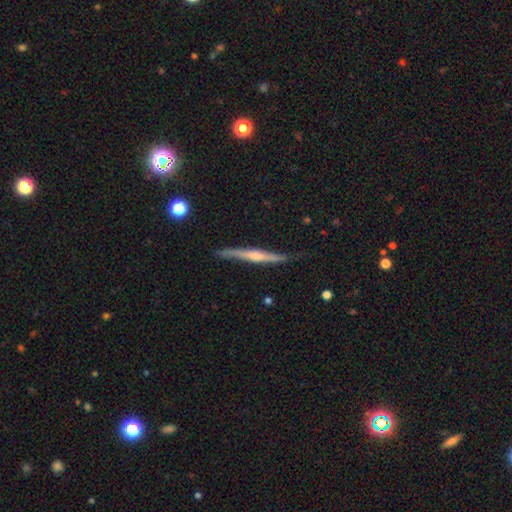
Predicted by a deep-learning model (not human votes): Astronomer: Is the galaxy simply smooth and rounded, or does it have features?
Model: featured or disk — 77%.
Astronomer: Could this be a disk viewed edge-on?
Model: yes — 98%.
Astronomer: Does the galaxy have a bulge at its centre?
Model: rounded — 79%.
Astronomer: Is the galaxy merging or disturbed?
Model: none — 87%.